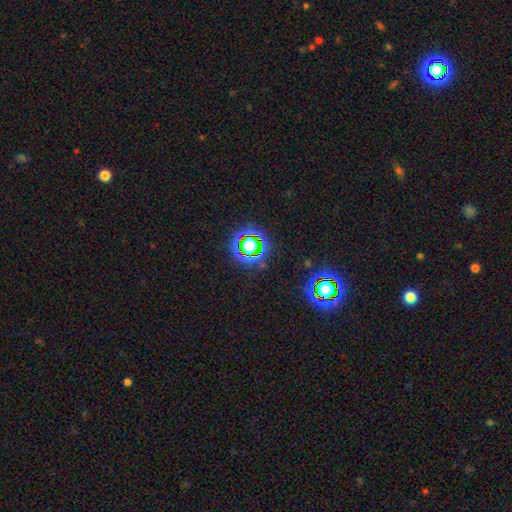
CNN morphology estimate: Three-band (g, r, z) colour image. It shows a star or artifact, not a galaxy (79%).